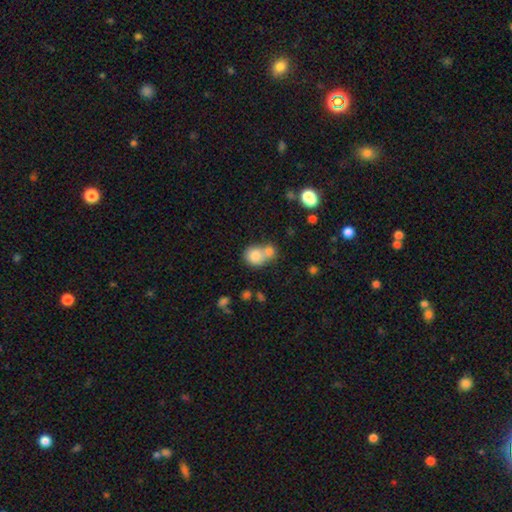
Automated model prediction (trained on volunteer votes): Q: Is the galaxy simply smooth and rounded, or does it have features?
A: smooth — 79%.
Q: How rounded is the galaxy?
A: round — 73%.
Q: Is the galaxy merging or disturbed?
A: merger — 58%.